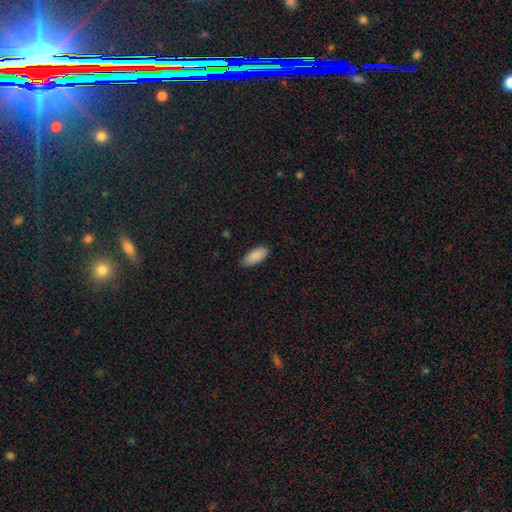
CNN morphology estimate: smooth_or_featured: smooth (p=0.90) [alt: star or artifact p=0.06]
how_rounded: in between (p=0.88) [alt: cigar-shaped p=0.10]
merging: none (p=0.84) [alt: minor disturbance p=0.13]